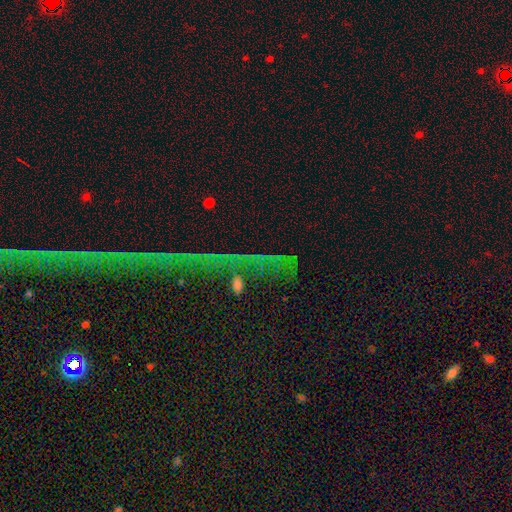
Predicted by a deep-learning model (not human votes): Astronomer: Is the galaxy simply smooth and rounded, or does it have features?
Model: star or artifact — 65%.